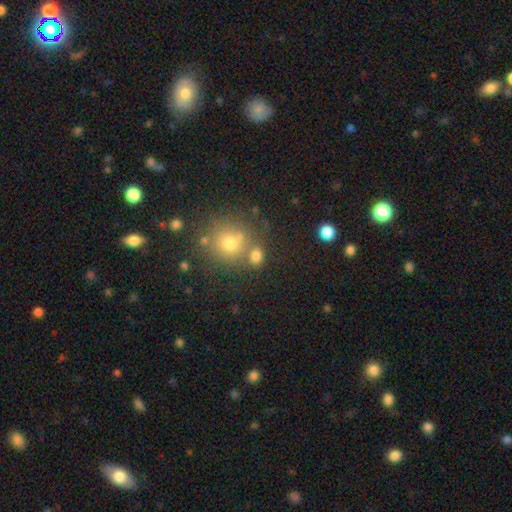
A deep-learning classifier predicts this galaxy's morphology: Smooth or featured? smooth (74%)
How rounded? round (63%)
Merging? none (61%)